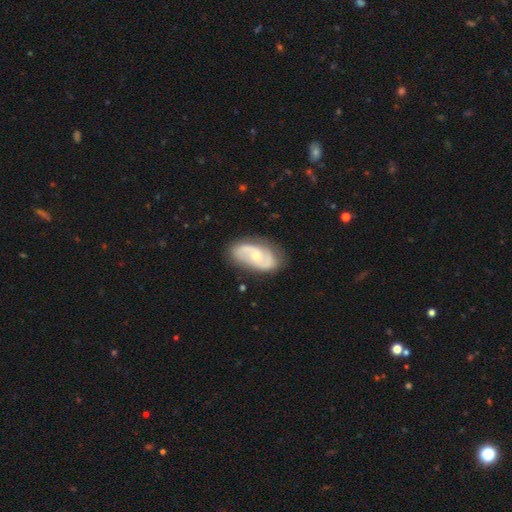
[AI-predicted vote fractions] featured or disk 76%, smooth 19%, star or artifact 5%. Down the decision tree: edge-on disk — no (95%); bar — no (65%); spiral arms — yes (90%); spiral arm count — 2 (81%); spiral winding — medium (45%); bulge size — small (53%); merging — none (78%).